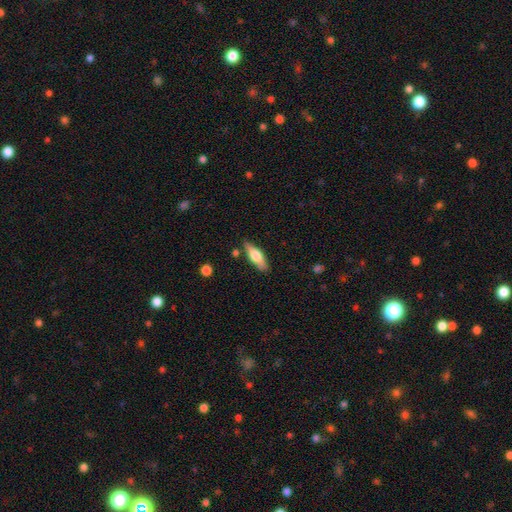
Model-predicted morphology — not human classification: smooth-or-featured: smooth: 58% | featured or disk: 35% | star or artifact: 6%
  how-rounded: in between: 55% | cigar-shaped: 43% | round: 3%
  merging: none: 80% | minor disturbance: 13% | merger: 3% | major disturbance: 3%